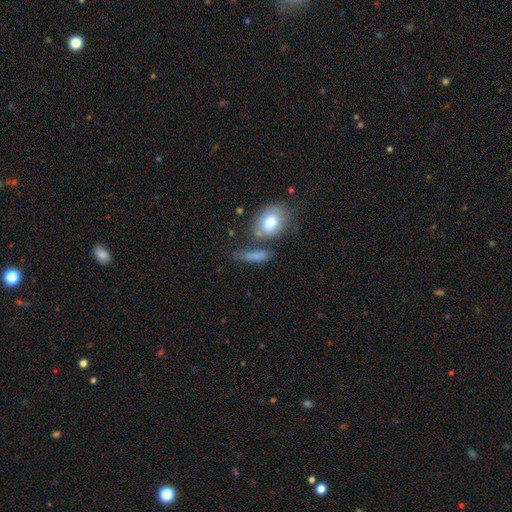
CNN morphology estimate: Smooth or featured: smooth — 72% (featured or disk — 18%)
How rounded: in between — 44% (cigar-shaped — 41%)
Merging: none — 51% (minor disturbance — 20%)